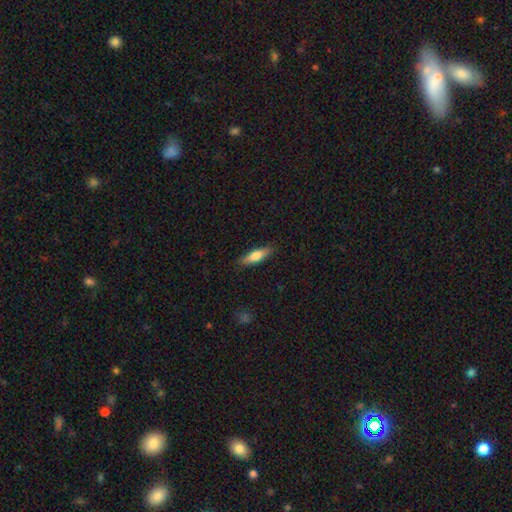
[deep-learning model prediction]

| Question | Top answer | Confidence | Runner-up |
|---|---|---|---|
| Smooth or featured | smooth | 74% | featured or disk (20%) |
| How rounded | cigar-shaped | 57% | in between (41%) |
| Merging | none | 86% | minor disturbance (10%) |